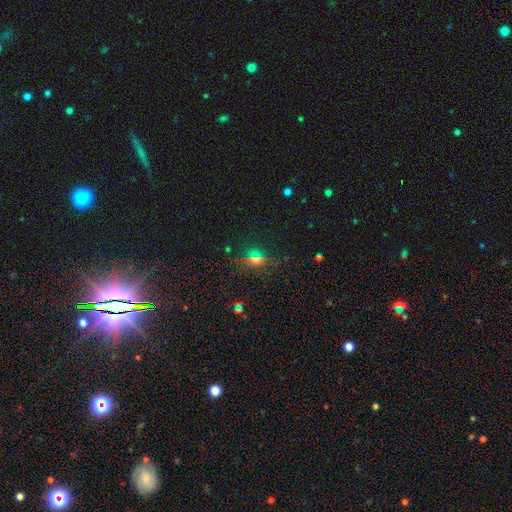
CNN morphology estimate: smooth 42%, star or artifact 40%, featured or disk 18%. Down the decision tree: merging — none (80%).